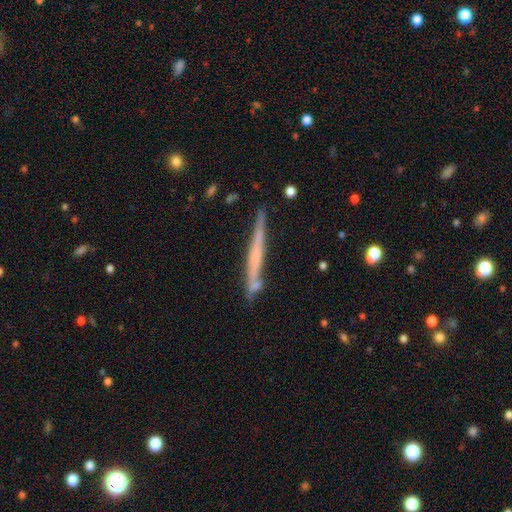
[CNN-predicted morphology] A featured or disk galaxy (55%) viewed edge-on (96%) with no central bulge (77%).

Vote fractions:
- Smooth or featured? featured or disk: 55% / smooth: 38% / star or artifact: 6%
- Edge-on disk? yes: 96% / no: 4%
- Edge-on bulge? none: 77% / rounded: 14% / boxy: 9%
- Merging? none: 80% / minor disturbance: 13% / merger: 5% / major disturbance: 2%